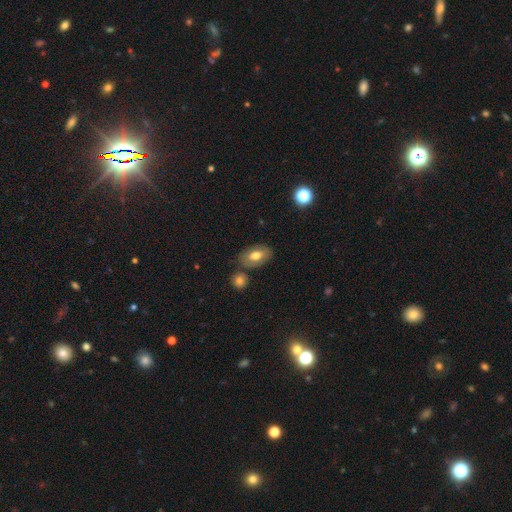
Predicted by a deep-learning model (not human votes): This appears to be a smooth galaxy with no disk features (66%) that is in between round and cigar-shaped (91%). Merging: none (74%).